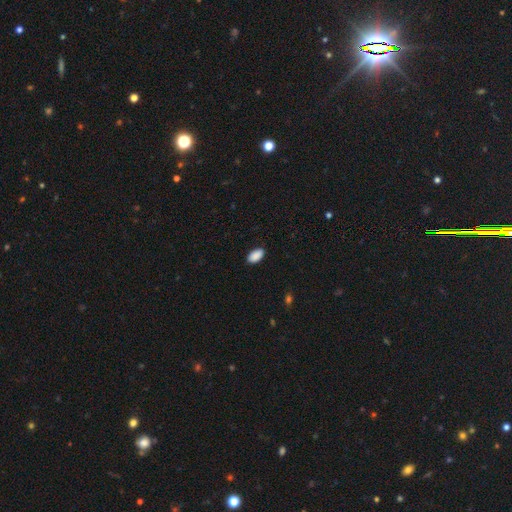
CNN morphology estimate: A smooth galaxy with no disk features (90%) that is in between round and cigar-shaped (95%).

Vote fractions:
- Smooth or featured? smooth: 90% / star or artifact: 7% / featured or disk: 3%
- How rounded? in between: 95% / round: 3% / cigar-shaped: 2%
- Merging? none: 87% / minor disturbance: 10% / major disturbance: 2% / merger: 1%